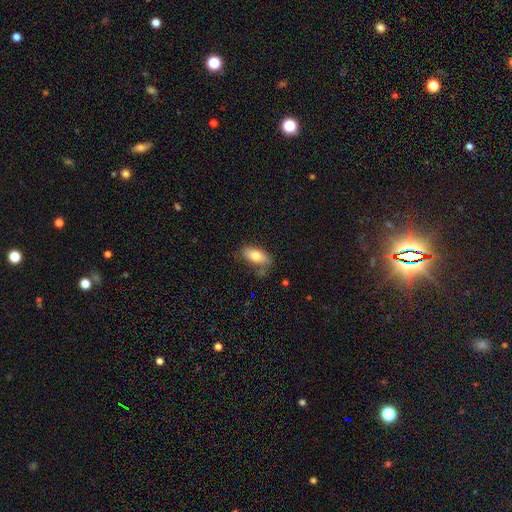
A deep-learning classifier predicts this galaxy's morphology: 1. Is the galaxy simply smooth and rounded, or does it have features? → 78% smooth, 15% featured or disk, 7% star or artifact.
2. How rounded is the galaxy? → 89% in between, 8% cigar-shaped, 3% round.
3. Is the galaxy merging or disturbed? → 66% none, 22% minor disturbance, 6% major disturbance, 5% merger.